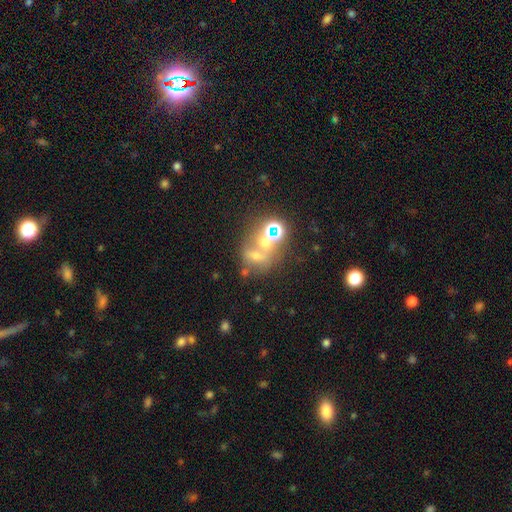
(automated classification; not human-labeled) A smooth galaxy with no disk features (37%, tied with star or artifact).

Vote fractions:
- Smooth or featured? smooth: 37% (tied) / star or artifact: 37% (tied) / featured or disk: 26%
- Merging? merger: 39% / none: 38% / minor disturbance: 12% / major disturbance: 11%